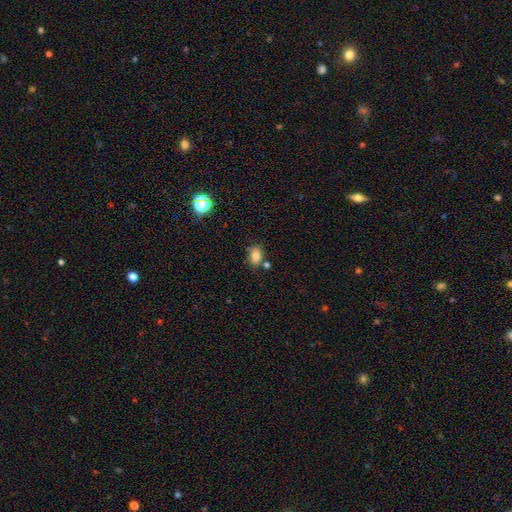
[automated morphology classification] Q: Smooth or featured?
A: smooth (81%); runner-up: star or artifact (11%)
Q: How rounded?
A: in between (76%); runner-up: round (23%)
Q: Merging?
A: none (72%); runner-up: minor disturbance (15%)